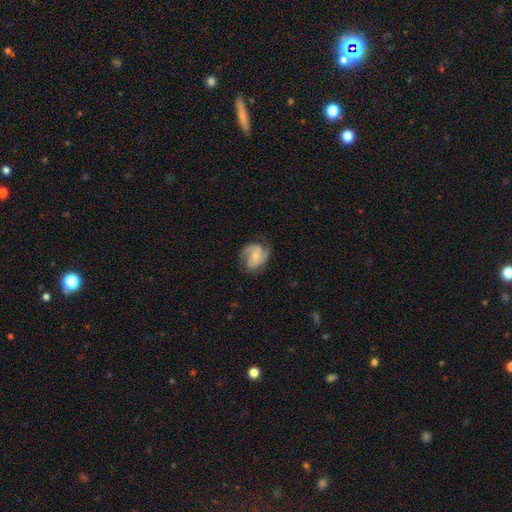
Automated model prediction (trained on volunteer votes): A featured or disk galaxy (75%) with no bar (51%), 2 (79%) medium (48%) spiral arms (94%) and a small central bulge (52%).

Vote fractions:
- Smooth or featured? featured or disk: 75% / smooth: 19% / star or artifact: 6%
- Edge-on disk? no: 98% / yes: 2%
- Bar? no: 51% / weak: 37% / strong: 12%
- Spiral arms? yes: 94% / no: 6%
- Spiral winding? medium: 48% / tight: 32% / loose: 20%
- Spiral arm count? 2: 79% / can't tell: 7% / 3: 7% / 1: 4% / 4: 1% / more than 4: 1%
- Bulge size? small: 52% / moderate: 40% / none: 5% / large: 2% / dominant: 1%
- Merging? none: 70% / minor disturbance: 20% / major disturbance: 9% / merger: 1%